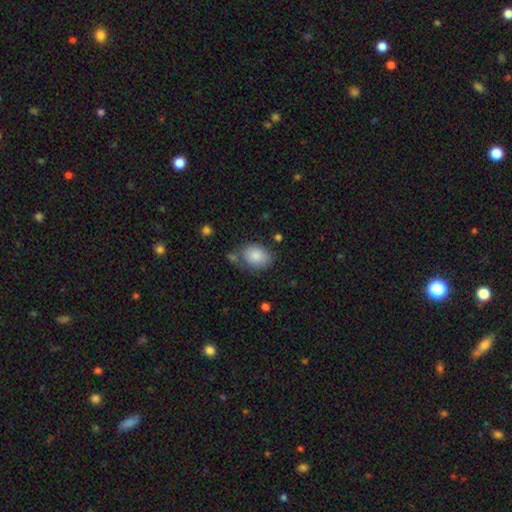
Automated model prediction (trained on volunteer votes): smooth_or_featured: smooth (p=0.85) [alt: featured or disk p=0.07]
how_rounded: in between (p=0.67) [alt: round p=0.32]
merging: none (p=0.67) [alt: minor disturbance p=0.19]